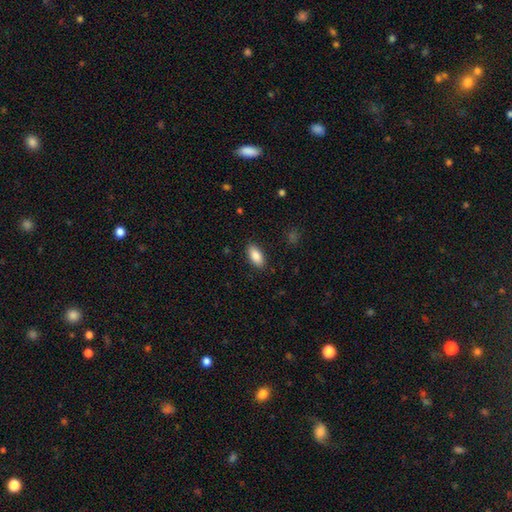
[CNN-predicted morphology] Smooth or featured: smooth — 87% (star or artifact — 7%)
How rounded: in between — 91% (cigar-shaped — 7%)
Merging: none — 88% (minor disturbance — 9%)